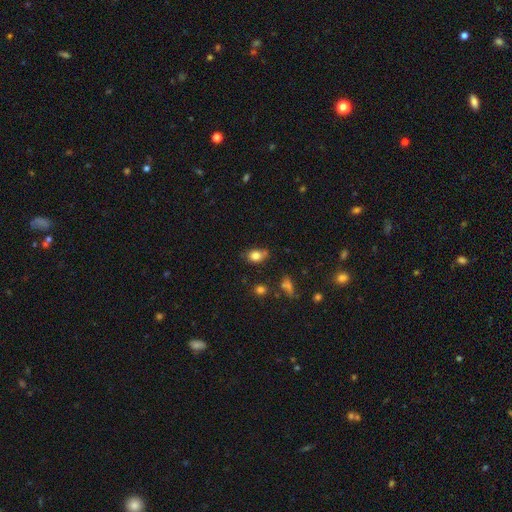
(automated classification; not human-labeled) Overall: smooth (81%). How rounded: in between (68%; round 30%). Merging: none (58%; minor disturbance 29%).